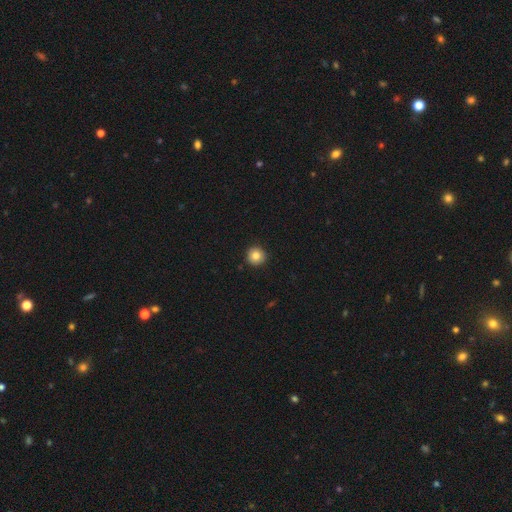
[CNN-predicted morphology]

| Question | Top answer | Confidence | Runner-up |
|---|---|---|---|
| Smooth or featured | smooth | 84% | star or artifact (10%) |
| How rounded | round | 95% | in between (4%) |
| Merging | none | 93% | minor disturbance (5%) |